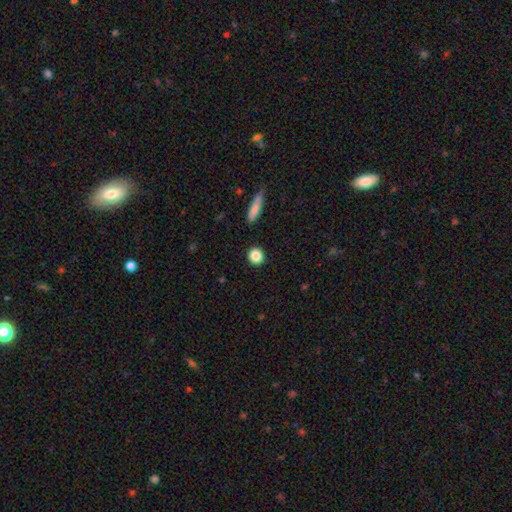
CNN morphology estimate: smooth 87%, star or artifact 9%, featured or disk 5%. Down the decision tree: how rounded — round (82%); merging — none (91%).